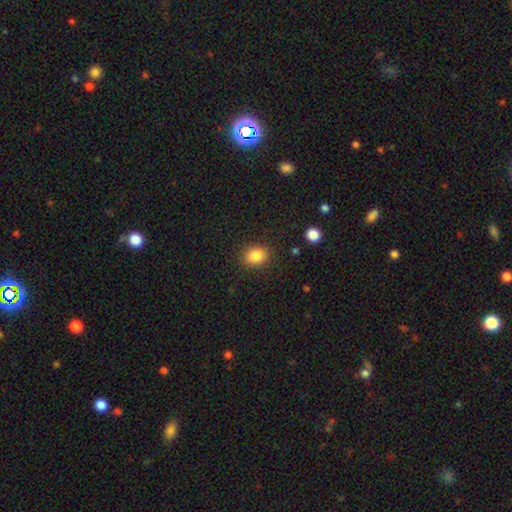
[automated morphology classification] smooth-or-featured: smooth: 85% | star or artifact: 10% | featured or disk: 5%
  how-rounded: in between: 50% | round: 49% | cigar-shaped: 1%
  merging: none: 87% | minor disturbance: 9% | major disturbance: 3% | merger: 1%